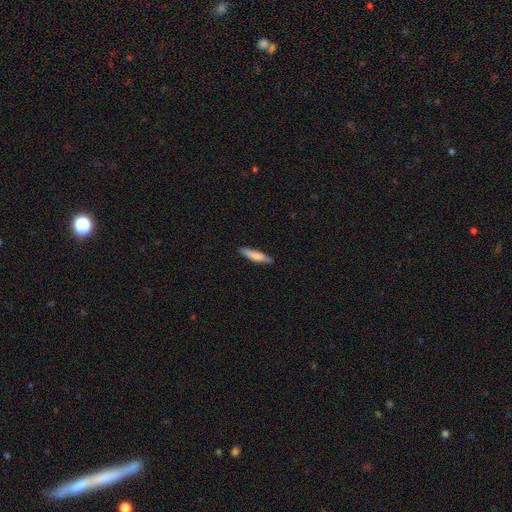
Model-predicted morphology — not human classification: Smooth or featured: smooth — 78% (featured or disk — 16%)
How rounded: cigar-shaped — 81% (in between — 18%)
Merging: none — 80% (minor disturbance — 16%)